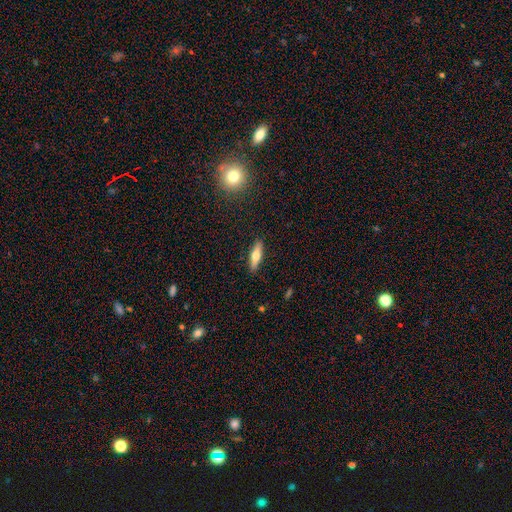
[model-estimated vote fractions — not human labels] Smooth or featured: smooth — 53% (featured or disk — 40%)
How rounded: cigar-shaped — 64% (in between — 33%)
Merging: none — 90% (minor disturbance — 7%)